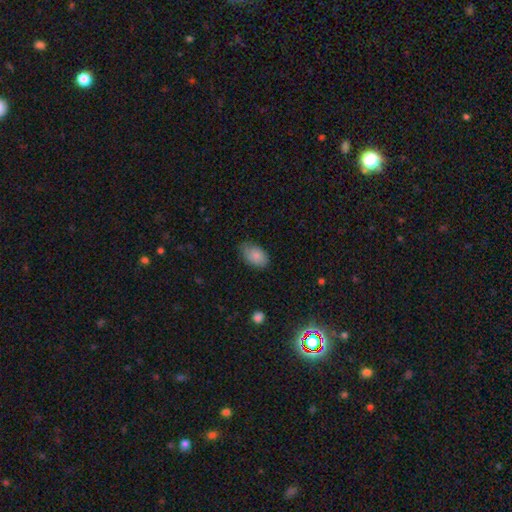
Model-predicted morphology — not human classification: This is clearly a smooth galaxy (84%). How rounded: clearly in between (88%). Merging: likely none (70%).